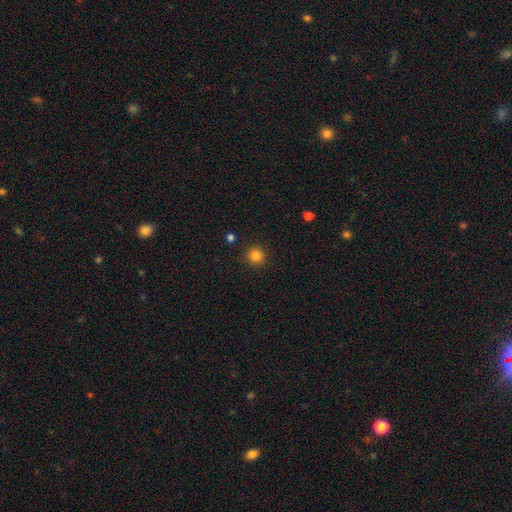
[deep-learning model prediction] Overall: smooth (84%). How rounded: round (94%). Merging: none (91%).